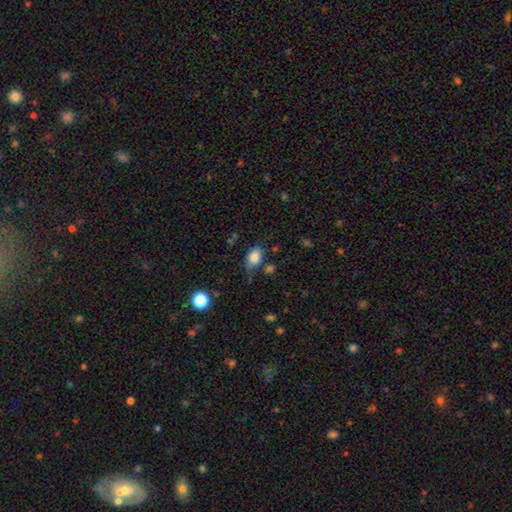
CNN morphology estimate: A smooth galaxy with no disk features (84%) that is in between round and cigar-shaped (75%).

Vote fractions:
- Smooth or featured? smooth: 84% / star or artifact: 10% / featured or disk: 6%
- How rounded? in between: 75% / round: 23% / cigar-shaped: 1%
- Merging? none: 69% / minor disturbance: 21% / major disturbance: 5% / merger: 5%